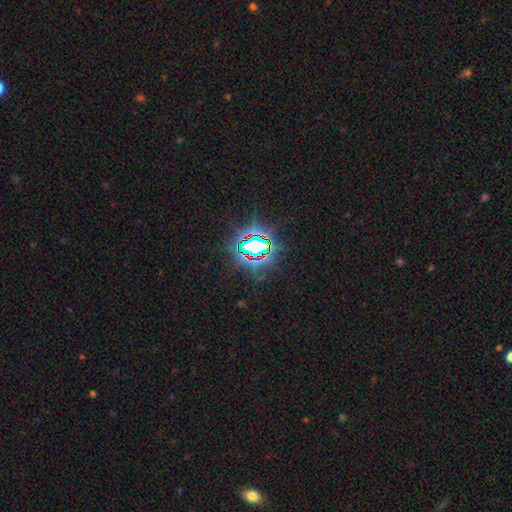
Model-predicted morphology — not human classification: Smooth or featured? Predicted: star or artifact (p=0.82).